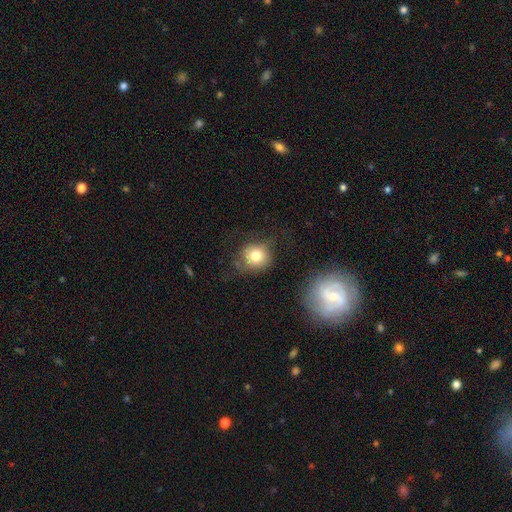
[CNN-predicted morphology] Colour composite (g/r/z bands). It shows a smooth galaxy with no disk features (73%) that is round (79%). Merging: none (56%).